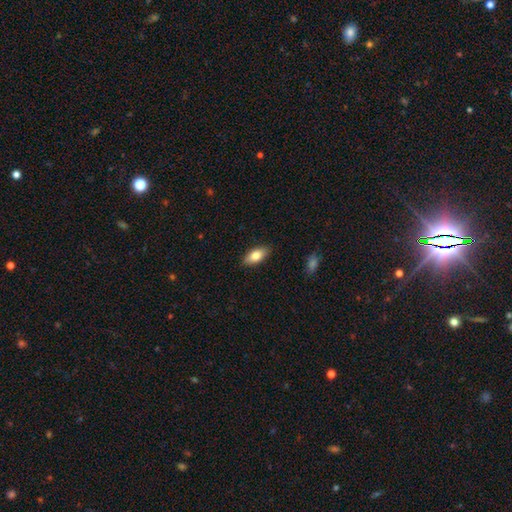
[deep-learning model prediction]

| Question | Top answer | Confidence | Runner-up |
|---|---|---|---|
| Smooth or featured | smooth | 77% | featured or disk (16%) |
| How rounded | in between | 86% | cigar-shaped (11%) |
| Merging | none | 88% | minor disturbance (9%) |